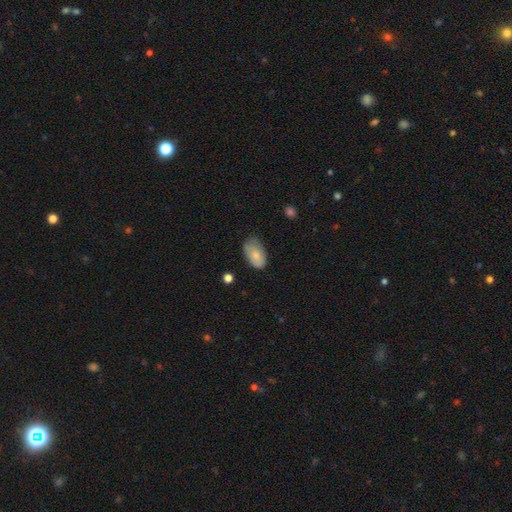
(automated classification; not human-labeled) smooth 77%, featured or disk 16%, star or artifact 7%. Down the decision tree: how rounded — in between (92%); merging — none (59%).